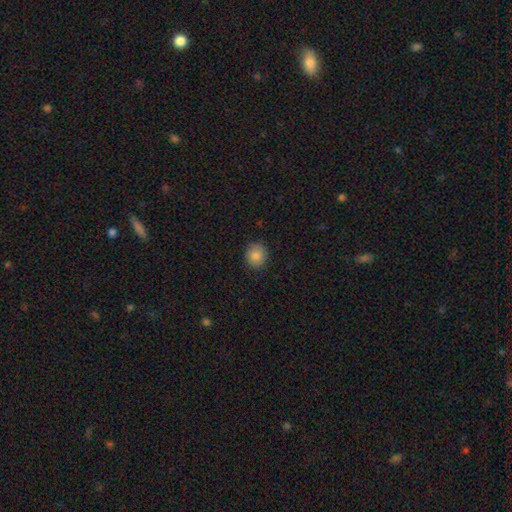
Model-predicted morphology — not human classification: A smooth galaxy with no disk features (83%) that is round (82%). Merging: none (87%).